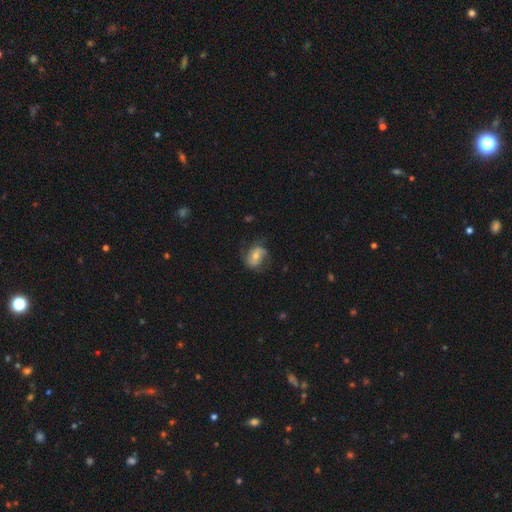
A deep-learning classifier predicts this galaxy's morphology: A featured or disk galaxy (59%) with no bar (44%), spiral arms (83%) and a moderate central bulge (56%). Merging: none (62%).